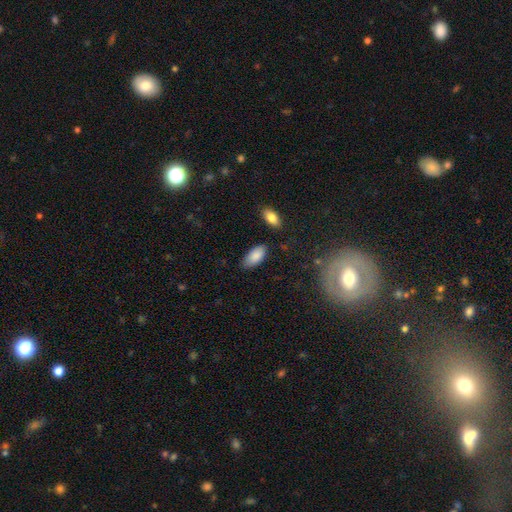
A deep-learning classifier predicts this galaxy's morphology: A smooth galaxy with no disk features (87%) that is in between round and cigar-shaped (93%).

Vote fractions:
- Smooth or featured? smooth: 87% / star or artifact: 6% / featured or disk: 6%
- How rounded? in between: 93% / cigar-shaped: 5% / round: 2%
- Merging? none: 79% / minor disturbance: 16% / major disturbance: 3% / merger: 2%